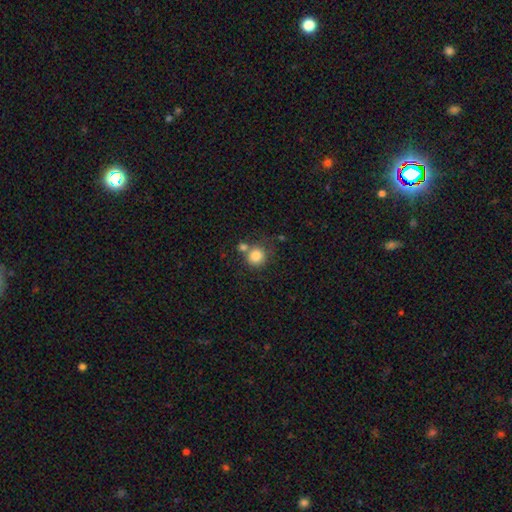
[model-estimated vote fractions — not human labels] Overall: smooth (83%). How rounded: round (89%). Merging: none (58%; merger 26%).